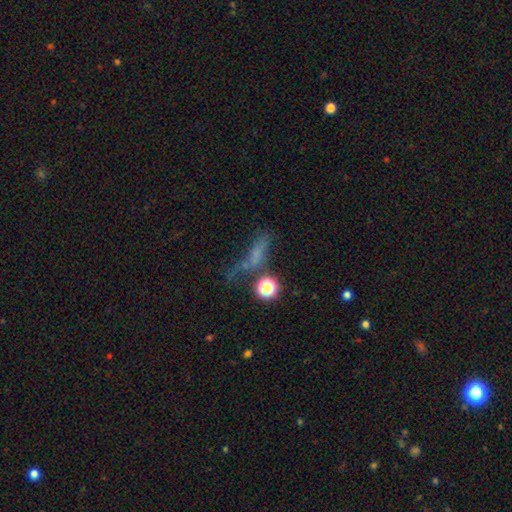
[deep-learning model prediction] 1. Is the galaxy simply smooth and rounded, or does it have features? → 52% smooth, 24% star or artifact, 24% featured or disk.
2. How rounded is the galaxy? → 47% cigar-shaped, 36% in between, 17% round.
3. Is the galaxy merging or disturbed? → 37% none, 30% major disturbance, 20% minor disturbance, 12% merger.